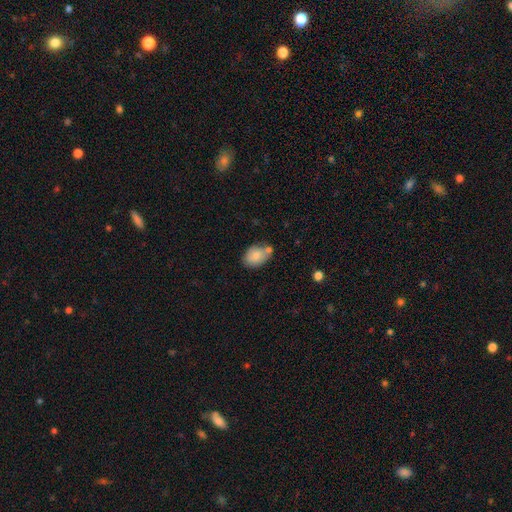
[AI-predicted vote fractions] Smooth or featured?
  - smooth: 79% *
  - featured or disk: 13%
  - star or artifact: 7%
How rounded?
  - in between: 78% *
  - round: 21%
  - cigar-shaped: 1%
Merging?
  - none: 52% *
  - merger: 22%
  - minor disturbance: 21%
  - major disturbance: 5%